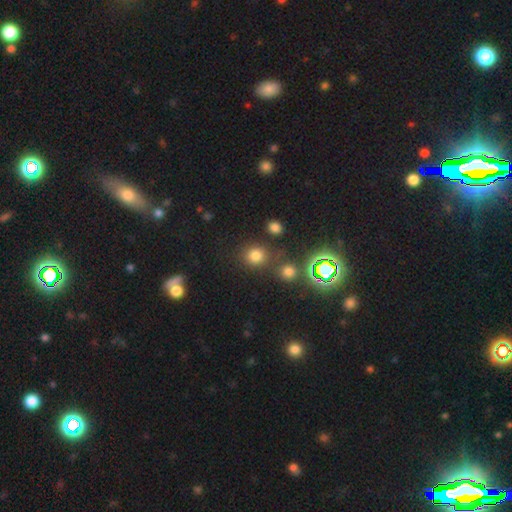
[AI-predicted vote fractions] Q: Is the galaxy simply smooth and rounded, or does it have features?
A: smooth — 71%.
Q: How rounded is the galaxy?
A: round — 86%.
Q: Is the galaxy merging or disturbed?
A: none — 77%.